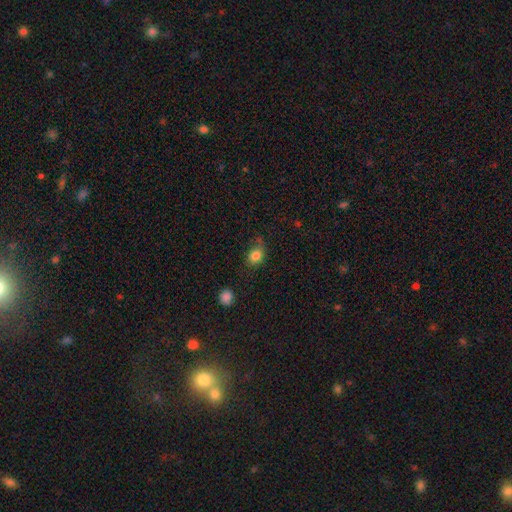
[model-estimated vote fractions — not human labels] Smooth or featured: smooth — 83% (star or artifact — 11%)
How rounded: in between — 51% (round — 48%)
Merging: none — 63% (minor disturbance — 26%)